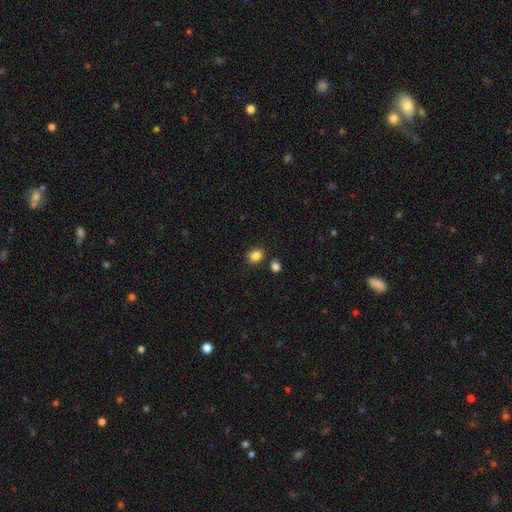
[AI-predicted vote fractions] Smooth or featured? smooth (85%)
How rounded? in between (53%)
Merging? none (78%)